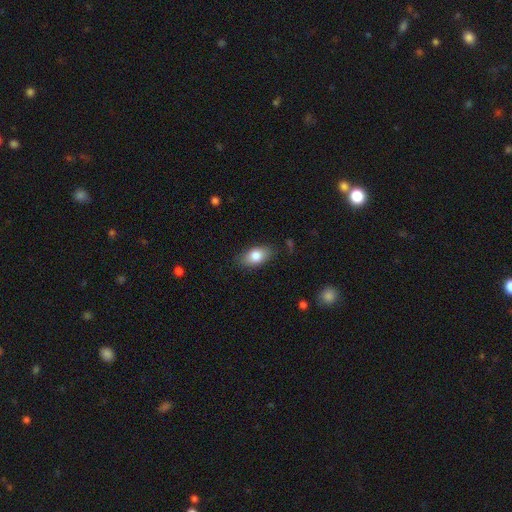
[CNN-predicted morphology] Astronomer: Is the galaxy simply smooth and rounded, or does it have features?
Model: smooth — 82%.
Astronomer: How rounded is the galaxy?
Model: in between — 90%.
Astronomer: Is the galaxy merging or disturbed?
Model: none — 82%.